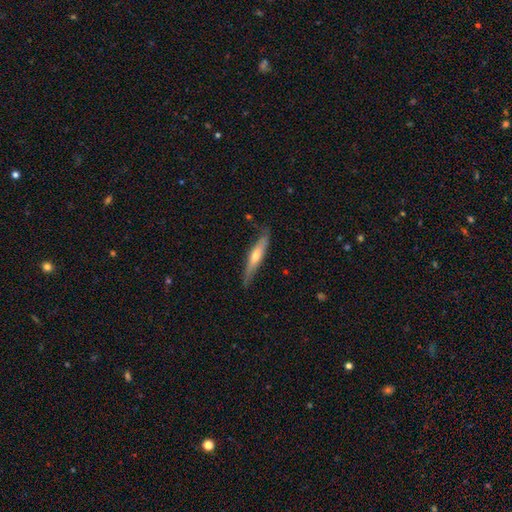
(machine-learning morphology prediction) Smooth or featured? Predicted: featured or disk (p=0.54). Edge-on disk? Predicted: yes (p=0.88). Merging? Predicted: none (p=0.78).